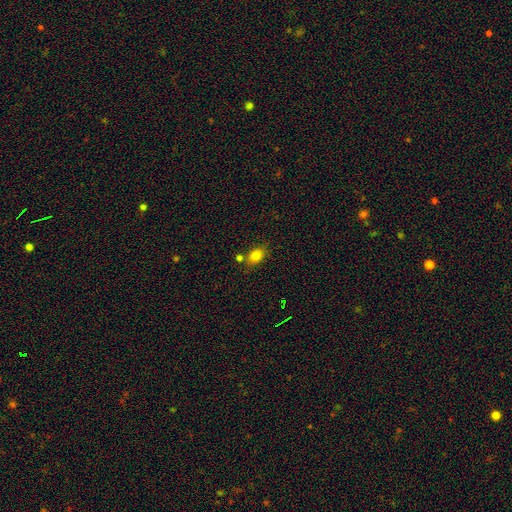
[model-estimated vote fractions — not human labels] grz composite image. It shows a smooth galaxy with no disk features (81%) that is in between round and cigar-shaped (73%). Merging: none (71%).